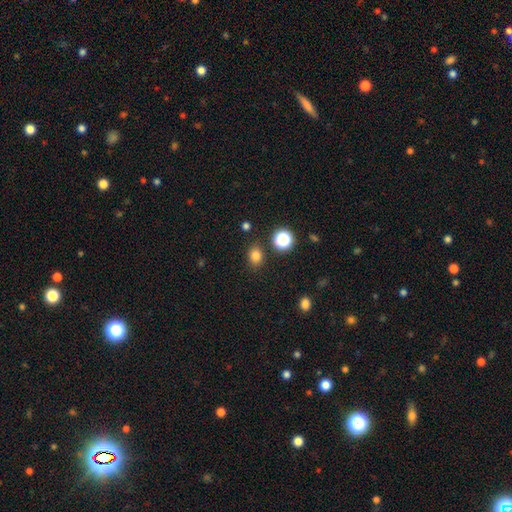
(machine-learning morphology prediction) This appears to be a smooth galaxy with no disk features (79%) that is round (53%). Merging: none (83%).